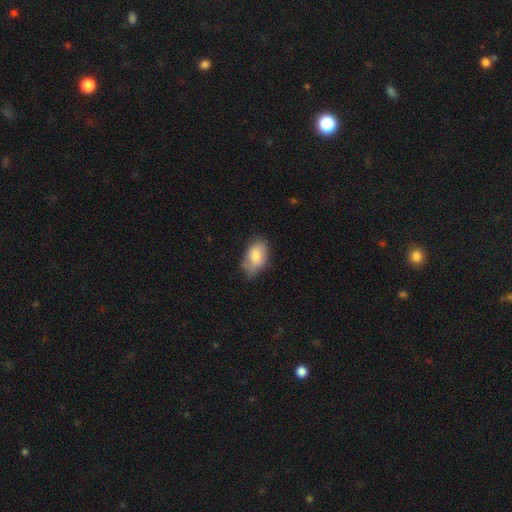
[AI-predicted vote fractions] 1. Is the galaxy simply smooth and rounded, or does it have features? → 80% smooth, 13% featured or disk, 7% star or artifact.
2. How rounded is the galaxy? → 92% in between, 6% round, 2% cigar-shaped.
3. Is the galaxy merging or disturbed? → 66% none, 28% minor disturbance, 5% major disturbance, 1% merger.